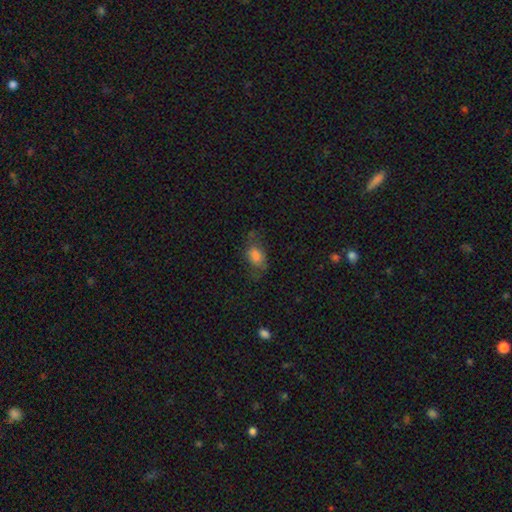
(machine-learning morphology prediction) Smooth or featured? Predicted: smooth (p=0.73). How rounded? Predicted: in between (p=0.84). Merging? Predicted: none (p=0.52).